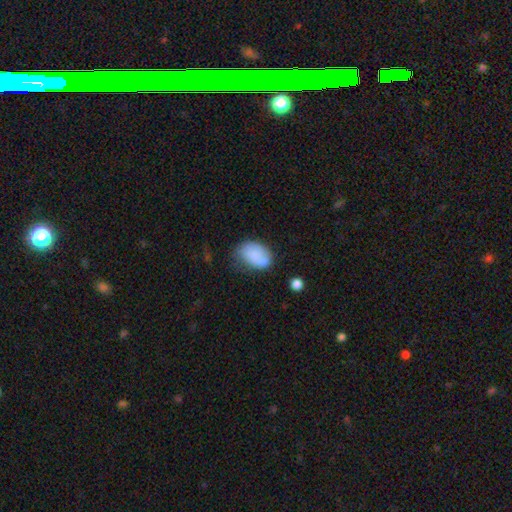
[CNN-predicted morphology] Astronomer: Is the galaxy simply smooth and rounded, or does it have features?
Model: smooth — 79%.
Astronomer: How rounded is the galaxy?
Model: in between — 83%.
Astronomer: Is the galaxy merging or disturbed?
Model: none — 45% (runner-up: minor disturbance, 32%).